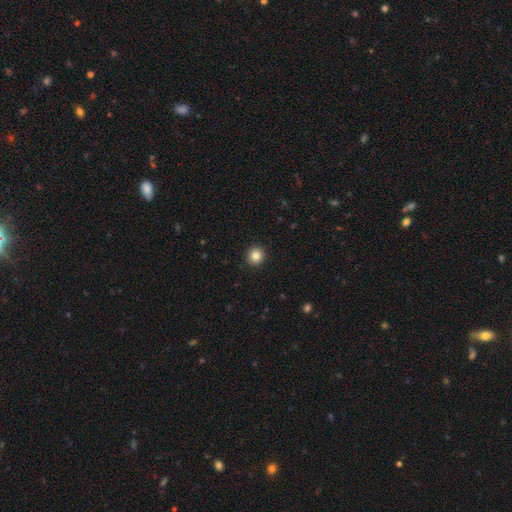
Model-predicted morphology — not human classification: Smooth or featured?
  - smooth: 84% *
  - star or artifact: 11%
  - featured or disk: 5%
How rounded?
  - round: 92% *
  - in between: 7%
  - cigar-shaped: 1%
Merging?
  - none: 93% *
  - minor disturbance: 4%
  - major disturbance: 2%
  - merger: 1%